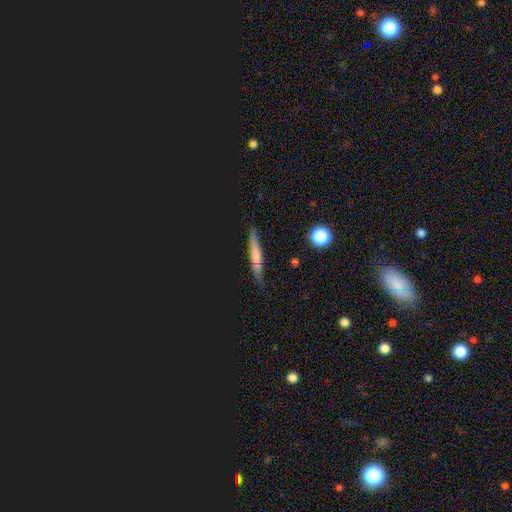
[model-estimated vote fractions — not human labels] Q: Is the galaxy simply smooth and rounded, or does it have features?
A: smooth — 45%.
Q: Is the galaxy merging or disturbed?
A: none — 83%.